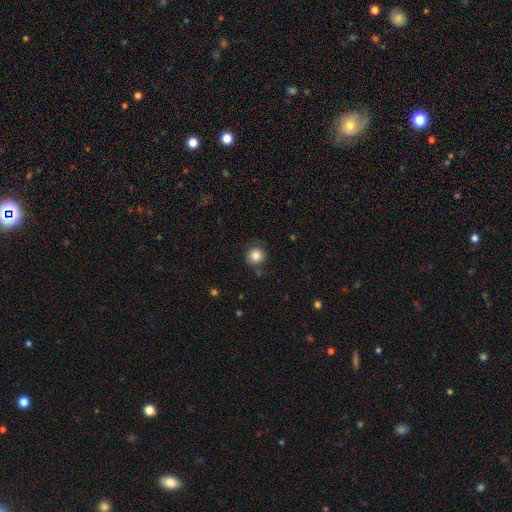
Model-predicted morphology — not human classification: smooth 84%, star or artifact 10%, featured or disk 6%. Down the decision tree: how rounded — round (89%); merging — none (80%).